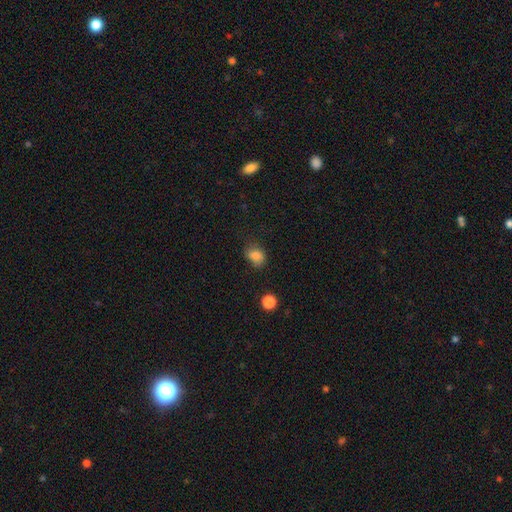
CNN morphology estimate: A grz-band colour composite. It shows a smooth galaxy with no disk features (82%) that is in between round and cigar-shaped (59%). Merging: none (60%).